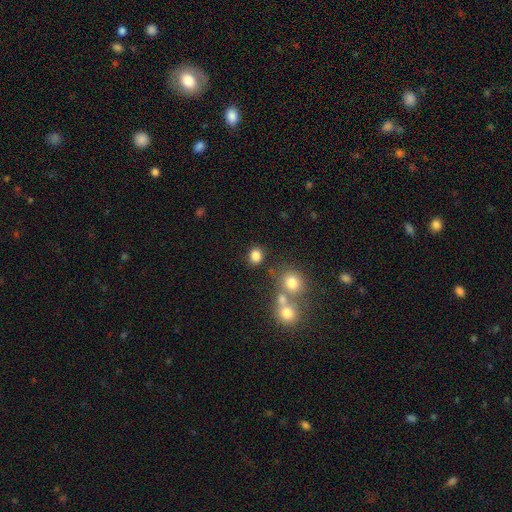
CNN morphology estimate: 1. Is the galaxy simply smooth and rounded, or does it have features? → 83% smooth, 12% star or artifact, 5% featured or disk.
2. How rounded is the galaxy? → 62% round, 37% in between, 1% cigar-shaped.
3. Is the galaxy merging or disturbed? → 79% none, 10% minor disturbance, 8% merger, 4% major disturbance.